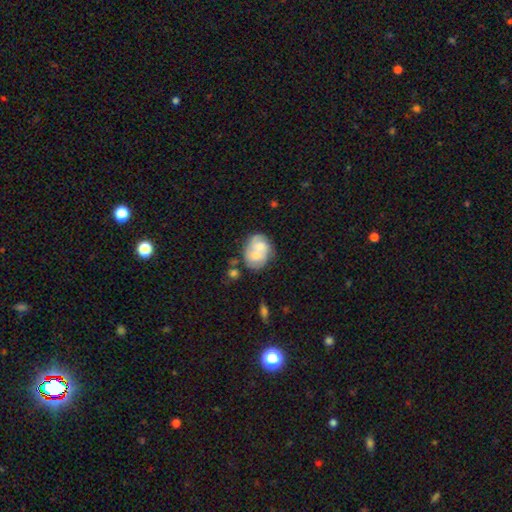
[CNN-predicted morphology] Overall: smooth (47%, tied with featured or disk). Merging: merger (46%; none 32%).